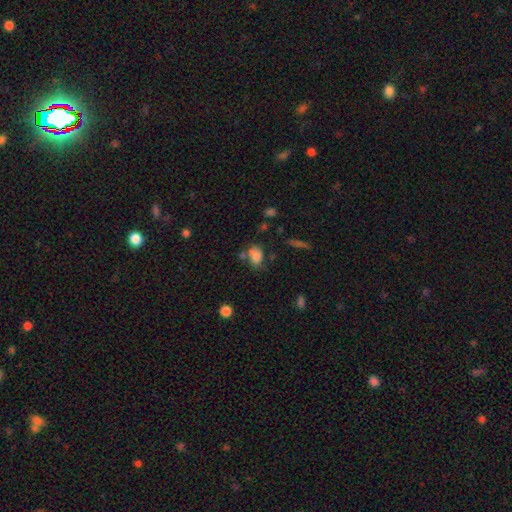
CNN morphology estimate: Smooth or featured? Predicted: smooth (p=0.79). How rounded? Predicted: in between (p=0.75). Merging? Predicted: none (p=0.52).